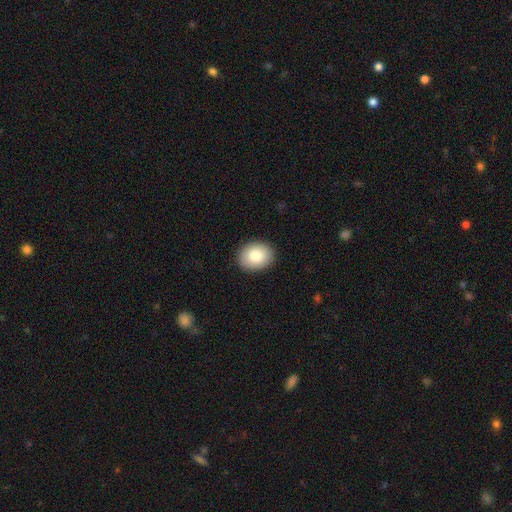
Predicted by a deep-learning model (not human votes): Overall: smooth (83%). How rounded: in between (62%; round 37%). Merging: none (90%).